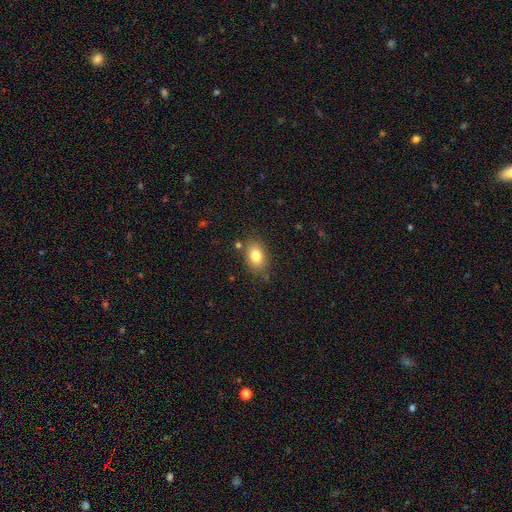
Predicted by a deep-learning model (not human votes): Smooth or featured? smooth (81%)
How rounded? in between (81%)
Merging? none (78%)